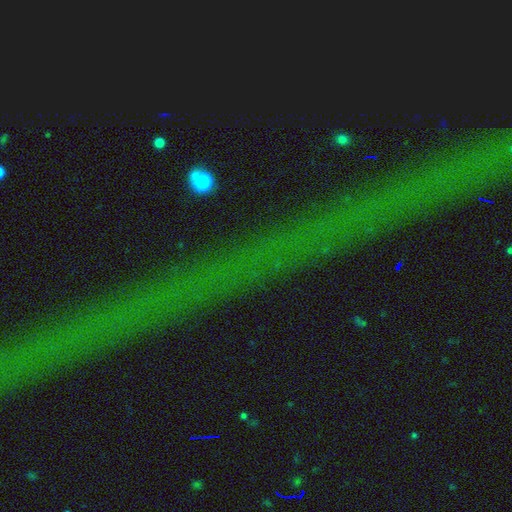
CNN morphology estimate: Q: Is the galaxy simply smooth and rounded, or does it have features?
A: star or artifact — 78%.